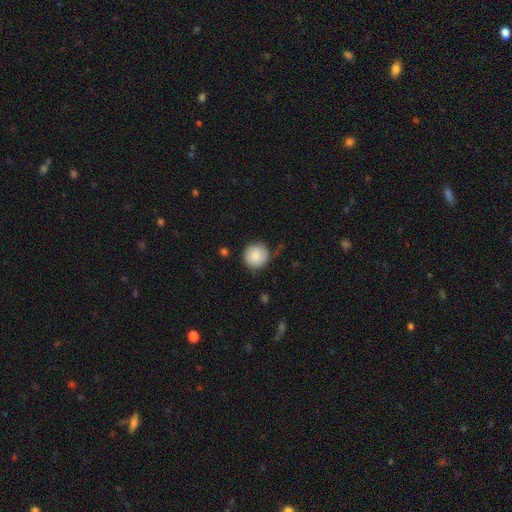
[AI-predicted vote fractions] Smooth or featured: smooth — 85% (featured or disk — 8%)
How rounded: round — 93% (in between — 6%)
Merging: none — 78% (minor disturbance — 16%)